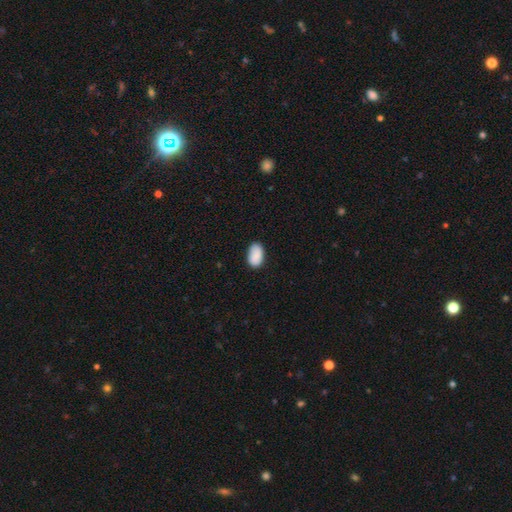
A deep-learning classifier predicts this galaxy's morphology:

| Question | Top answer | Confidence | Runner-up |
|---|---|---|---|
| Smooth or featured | smooth | 90% | star or artifact (7%) |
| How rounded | in between | 93% | round (6%) |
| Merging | none | 81% | minor disturbance (15%) |